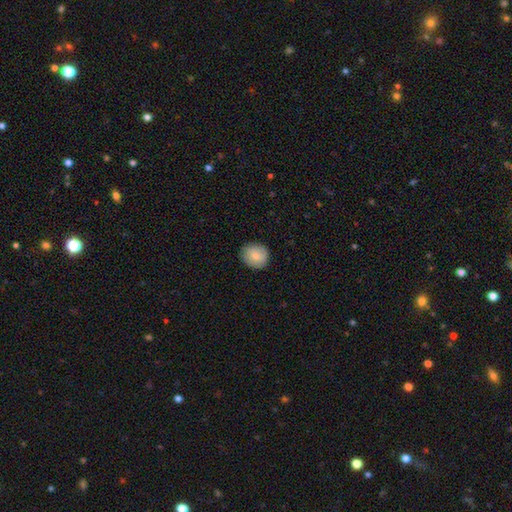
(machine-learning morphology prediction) smooth 78%, featured or disk 15%, star or artifact 7%. Down the decision tree: how rounded — round (80%); merging — none (85%).